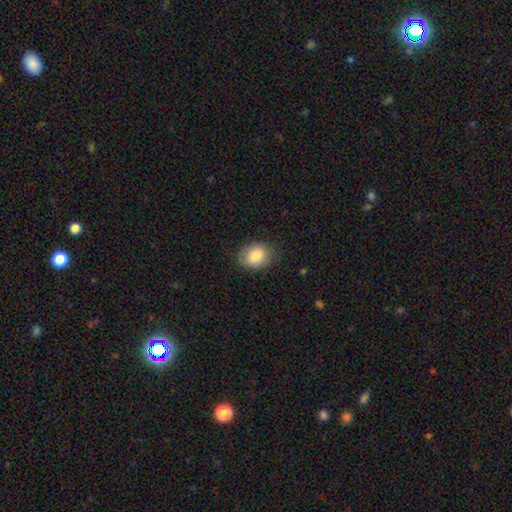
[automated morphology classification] This is clearly a smooth galaxy (85%). How rounded: likely in between (61%). Merging: likely none (79%).